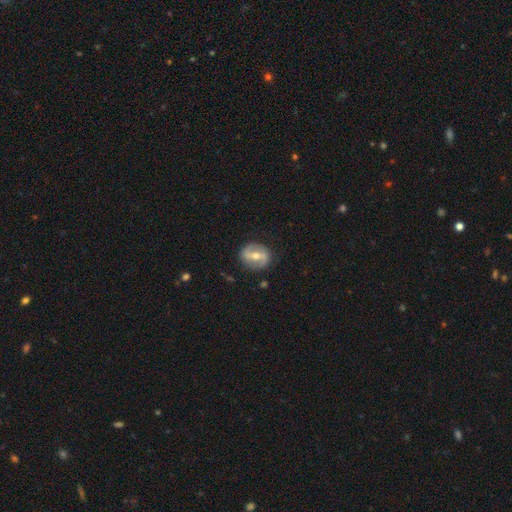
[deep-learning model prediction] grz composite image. It shows a featured or disk galaxy (70%) with a strong bar (54%), spiral arms (72%) and a moderate central bulge (63%). Merging: none (83%).